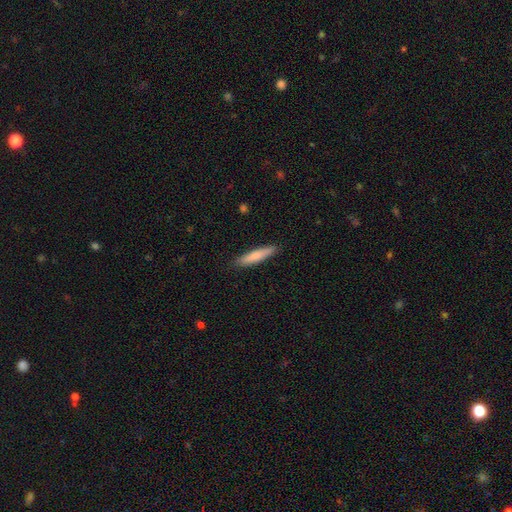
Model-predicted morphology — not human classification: type=smooth (80%); roundness=cigar-shaped (89%); merging=none (89%).